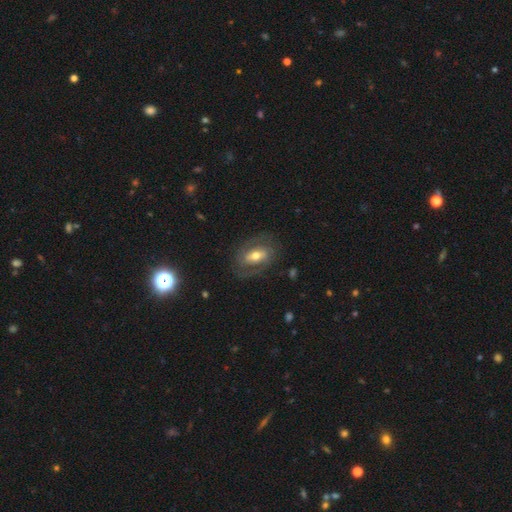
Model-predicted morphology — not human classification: This appears to be a featured or disk galaxy (67%) with a weak bar (36%), spiral arms (71%) and a moderate central bulge (68%). Merging: none (74%).